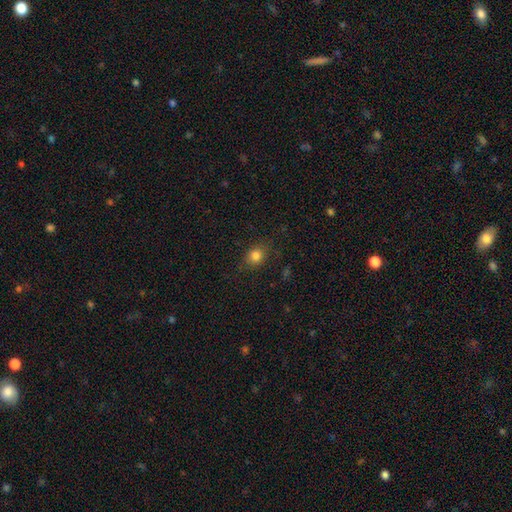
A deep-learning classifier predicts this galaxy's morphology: Q: Smooth or featured?
A: smooth (82%); runner-up: star or artifact (12%)
Q: How rounded?
A: round (63%); runner-up: in between (35%)
Q: Merging?
A: none (81%); runner-up: minor disturbance (14%)